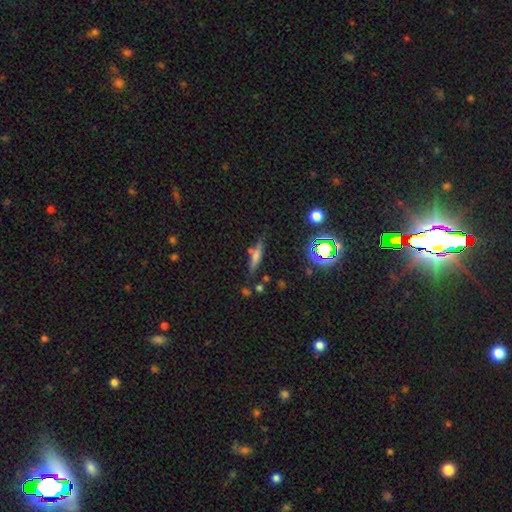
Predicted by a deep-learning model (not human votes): smooth_or_featured: smooth (p=0.58) [alt: featured or disk p=0.27]
how_rounded: cigar-shaped (p=0.74) [alt: in between p=0.22]
merging: none (p=0.69) [alt: minor disturbance p=0.17]